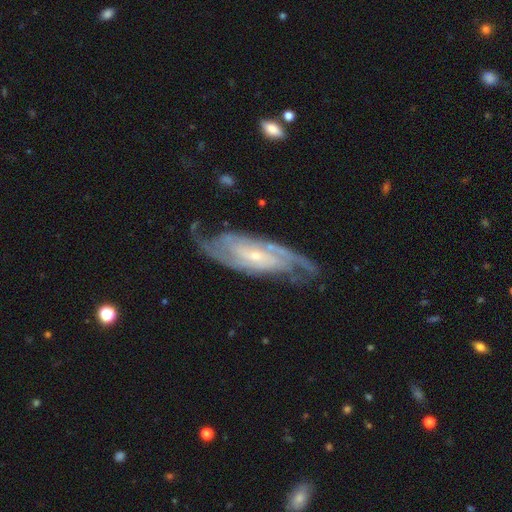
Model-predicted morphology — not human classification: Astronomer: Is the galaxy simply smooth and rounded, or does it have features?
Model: featured or disk — 89%.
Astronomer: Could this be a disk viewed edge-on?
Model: no — 90%.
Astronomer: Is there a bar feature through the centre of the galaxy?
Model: no — 41% (runner-up: weak, 40%).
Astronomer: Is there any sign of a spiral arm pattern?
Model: yes — 97%.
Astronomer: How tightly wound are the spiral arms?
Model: tight — 50% (runner-up: medium, 40%).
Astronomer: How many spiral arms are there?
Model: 2 — 61%.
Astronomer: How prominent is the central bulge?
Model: small — 73%.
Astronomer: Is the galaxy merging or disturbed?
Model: none — 74%.